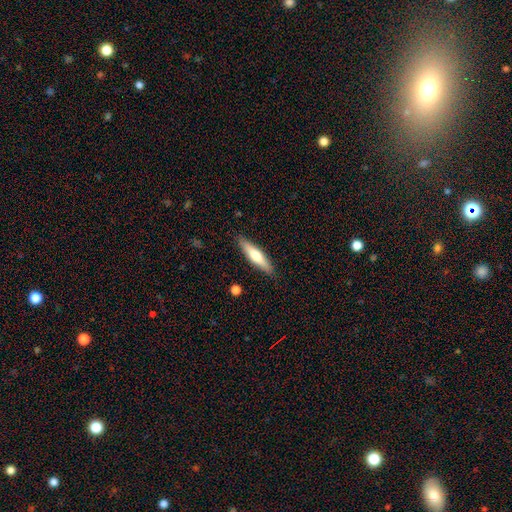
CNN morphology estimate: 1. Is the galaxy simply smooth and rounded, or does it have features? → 57% smooth, 37% featured or disk, 6% star or artifact.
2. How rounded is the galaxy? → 77% cigar-shaped, 21% in between, 1% round.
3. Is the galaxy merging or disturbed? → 88% none, 9% minor disturbance, 2% major disturbance, 1% merger.